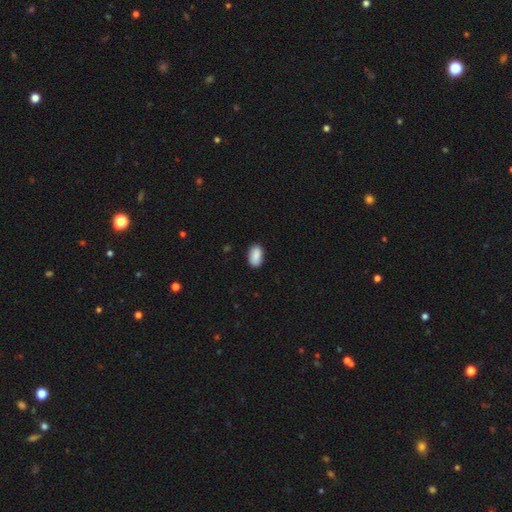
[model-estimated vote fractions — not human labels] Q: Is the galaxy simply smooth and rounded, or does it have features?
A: smooth — 90%.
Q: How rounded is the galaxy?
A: in between — 94%.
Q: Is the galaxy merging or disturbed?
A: none — 86%.